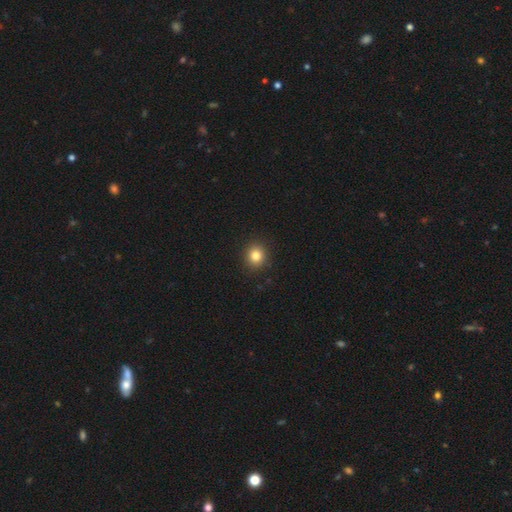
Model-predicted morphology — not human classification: Q: Smooth or featured?
A: smooth (83%); runner-up: star or artifact (12%)
Q: How rounded?
A: round (83%); runner-up: in between (16%)
Q: Merging?
A: none (91%); runner-up: minor disturbance (6%)